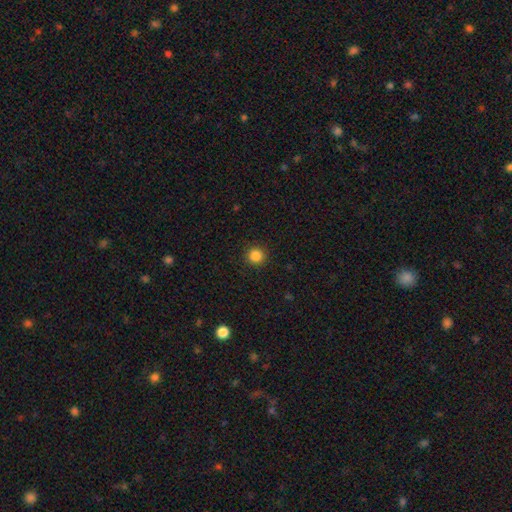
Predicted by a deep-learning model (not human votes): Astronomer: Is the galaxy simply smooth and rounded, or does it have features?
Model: smooth — 85%.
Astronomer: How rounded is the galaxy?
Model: round — 95%.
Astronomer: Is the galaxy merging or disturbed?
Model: none — 92%.